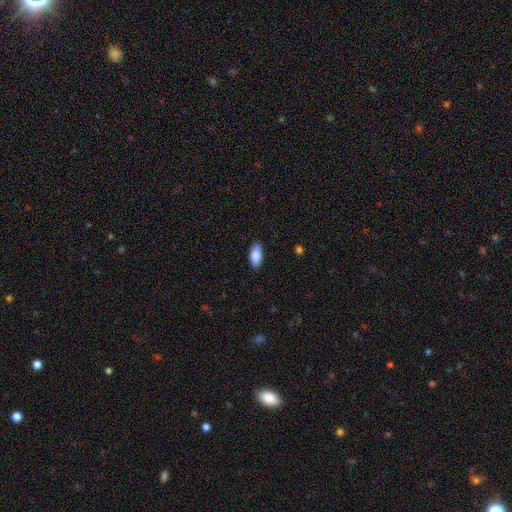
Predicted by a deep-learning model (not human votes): A smooth galaxy with no disk features (86%) that is in between round and cigar-shaped (90%). Merging: none (85%).